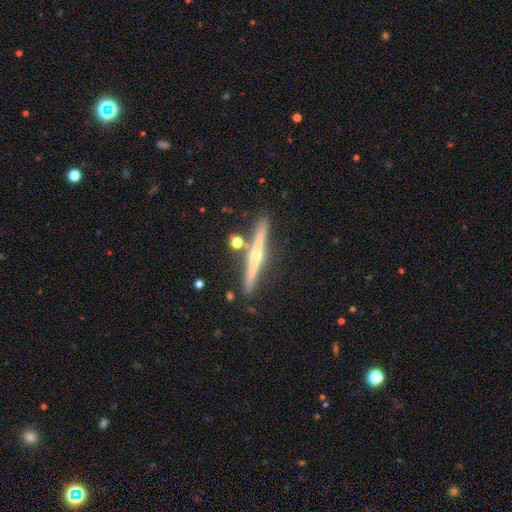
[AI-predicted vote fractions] Smooth or featured?
  - featured or disk: 75% *
  - smooth: 18%
  - star or artifact: 6%
Edge-on disk?
  - yes: 98% *
  - no: 2%
Edge-on bulge?
  - rounded: 88% *
  - none: 9%
  - boxy: 3%
Merging?
  - none: 87% *
  - minor disturbance: 7%
  - merger: 5%
  - major disturbance: 2%